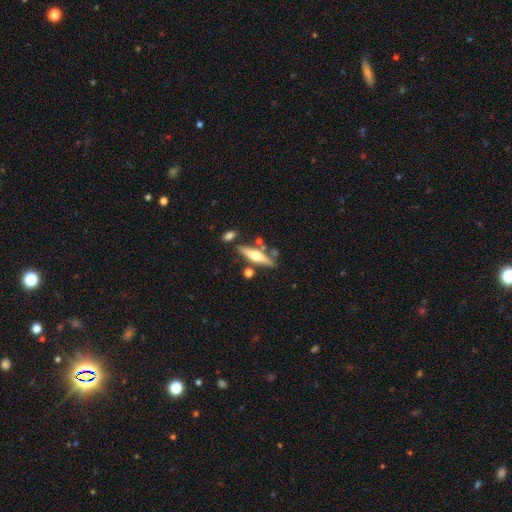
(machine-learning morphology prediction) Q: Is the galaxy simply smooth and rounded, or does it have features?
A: featured or disk — 63%.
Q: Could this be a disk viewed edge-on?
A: yes — 94%.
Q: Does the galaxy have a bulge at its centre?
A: rounded — 95%.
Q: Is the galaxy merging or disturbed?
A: none — 76%.